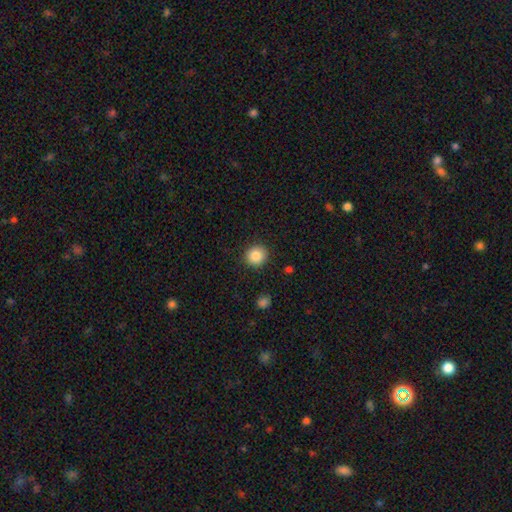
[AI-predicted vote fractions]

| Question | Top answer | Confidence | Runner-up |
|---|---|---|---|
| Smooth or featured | smooth | 87% | star or artifact (9%) |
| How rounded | round | 88% | in between (11%) |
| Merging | none | 90% | minor disturbance (6%) |